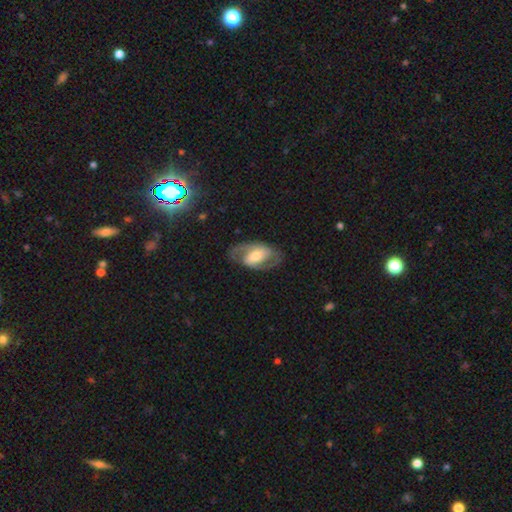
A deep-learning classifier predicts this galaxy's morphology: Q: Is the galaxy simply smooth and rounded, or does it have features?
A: featured or disk — 73%.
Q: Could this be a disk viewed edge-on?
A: no — 94%.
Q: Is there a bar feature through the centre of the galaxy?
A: weak — 38%.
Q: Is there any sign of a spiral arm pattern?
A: yes — 81%.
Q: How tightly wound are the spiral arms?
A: medium — 50%.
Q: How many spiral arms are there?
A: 2 — 86%.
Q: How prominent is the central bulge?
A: moderate — 53%.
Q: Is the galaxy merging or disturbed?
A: none — 75%.